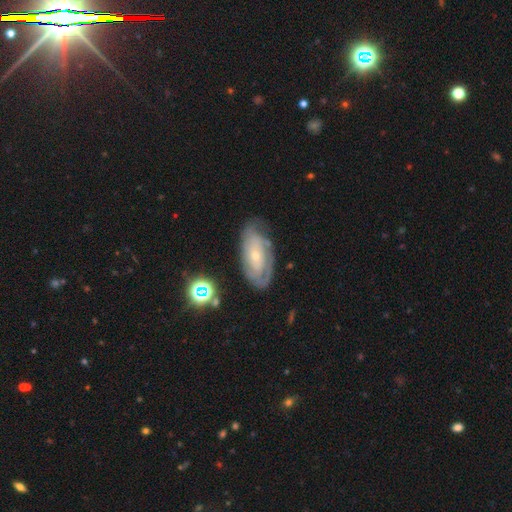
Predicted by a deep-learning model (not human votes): Smooth or featured? Predicted: featured or disk (p=0.73). Edge-on disk? Predicted: no (p=0.93). Bar? Predicted: no (p=0.74). Spiral arms? Predicted: yes (p=0.82). Spiral winding? Predicted: tight (p=0.69). Spiral arm count? Predicted: can't tell (p=0.53). Bulge size? Predicted: small (p=0.72). Merging? Predicted: none (p=0.69).